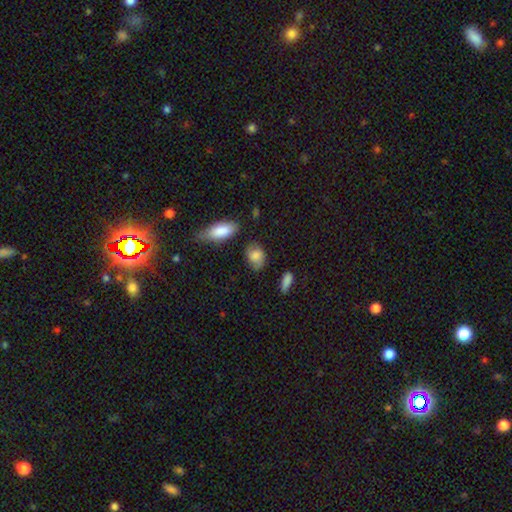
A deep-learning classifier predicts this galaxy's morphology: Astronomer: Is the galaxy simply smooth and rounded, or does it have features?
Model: smooth — 75%.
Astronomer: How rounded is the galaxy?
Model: in between — 71%.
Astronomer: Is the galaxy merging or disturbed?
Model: none — 59%.